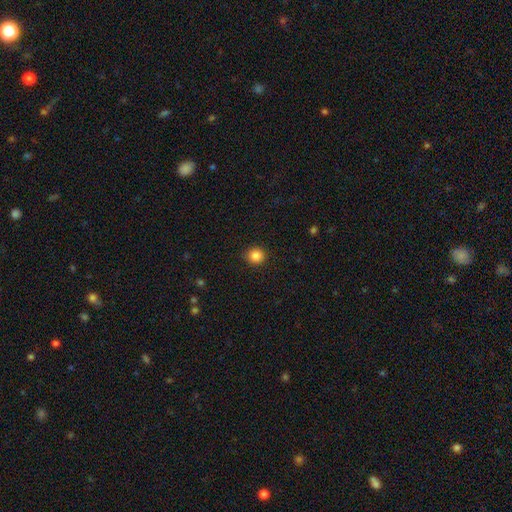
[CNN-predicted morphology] Q: Smooth or featured?
A: smooth (85%); runner-up: star or artifact (11%)
Q: How rounded?
A: round (90%); runner-up: in between (9%)
Q: Merging?
A: none (91%); runner-up: minor disturbance (6%)